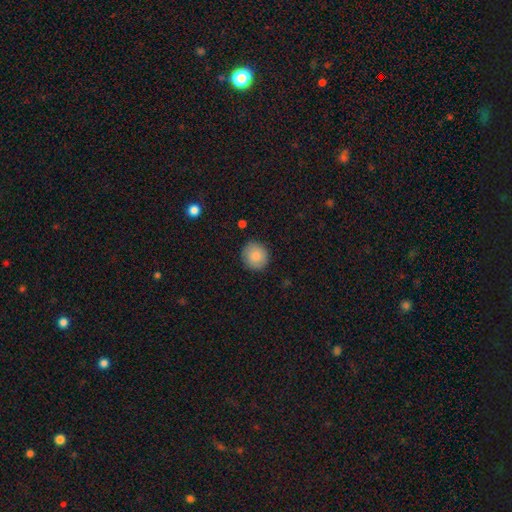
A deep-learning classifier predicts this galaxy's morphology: The model was most divided on "smooth or featured": smooth: 83%, featured or disk: 9%, star or artifact: 7%. More confident: how rounded — round (88%); merging — none (88%).